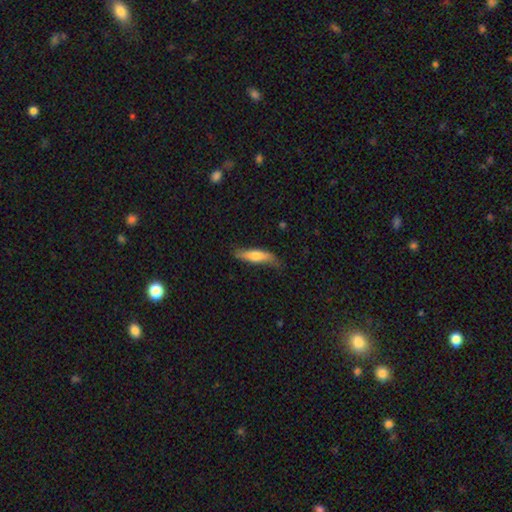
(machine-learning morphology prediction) Smooth or featured?
  - smooth: 66% *
  - featured or disk: 29%
  - star or artifact: 5%
How rounded?
  - cigar-shaped: 71% *
  - in between: 27%
  - round: 2%
Merging?
  - none: 67% *
  - minor disturbance: 25%
  - major disturbance: 6%
  - merger: 2%